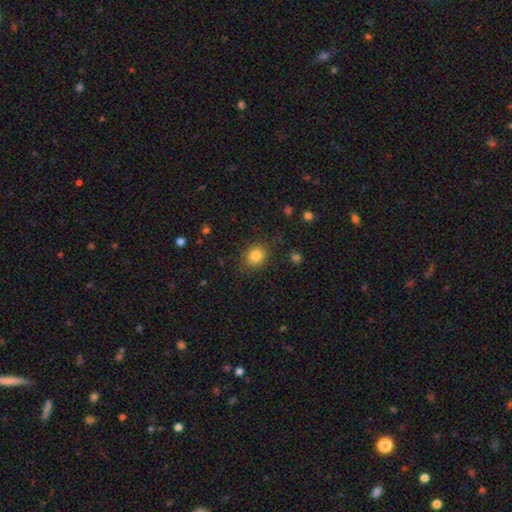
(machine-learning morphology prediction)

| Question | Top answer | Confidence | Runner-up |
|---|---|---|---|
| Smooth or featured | smooth | 83% | star or artifact (11%) |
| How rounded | round | 70% | in between (29%) |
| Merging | none | 81% | minor disturbance (13%) |